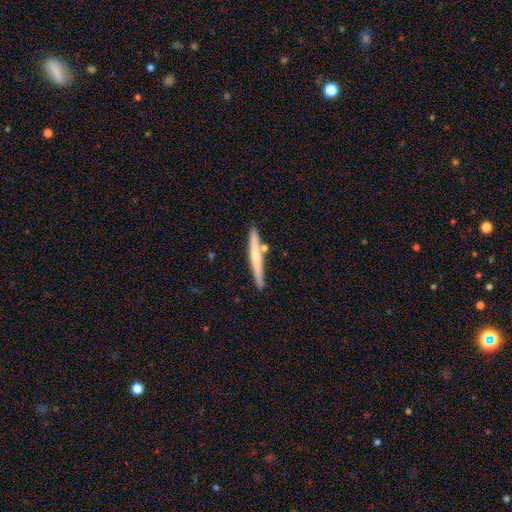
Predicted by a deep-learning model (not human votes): Overall: smooth (48%; featured or disk 47%). Merging: none (82%).